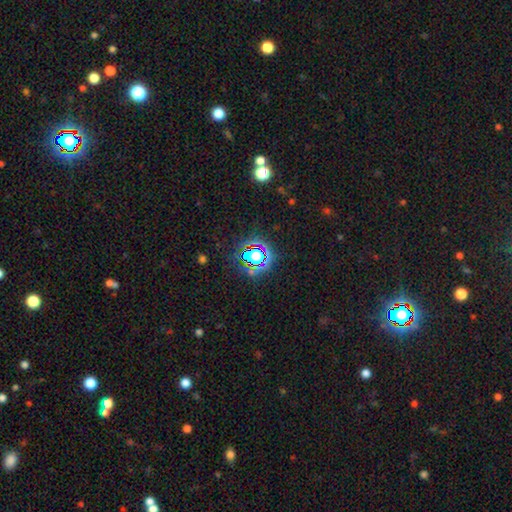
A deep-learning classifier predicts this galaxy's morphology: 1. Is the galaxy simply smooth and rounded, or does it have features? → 66% star or artifact, 23% smooth, 11% featured or disk.